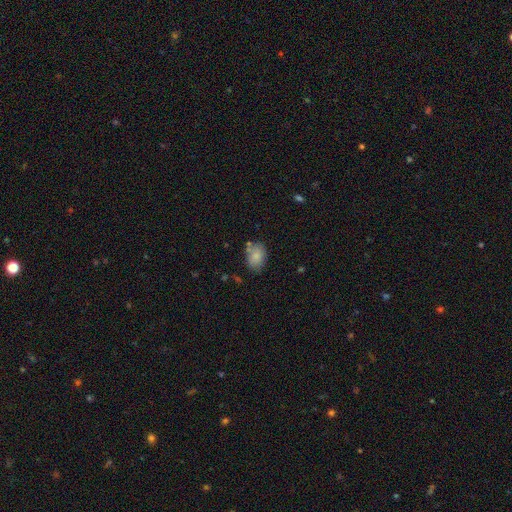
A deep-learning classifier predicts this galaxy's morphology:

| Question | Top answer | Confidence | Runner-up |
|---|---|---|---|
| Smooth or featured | smooth | 83% | featured or disk (9%) |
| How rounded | in between | 79% | round (20%) |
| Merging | none | 71% | minor disturbance (18%) |